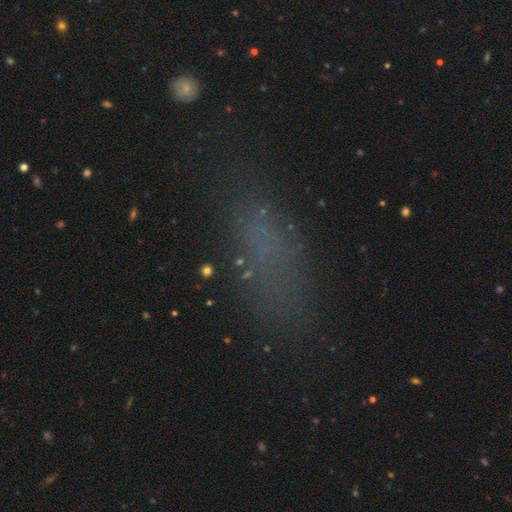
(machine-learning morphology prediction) smooth 52%, star or artifact 29%, featured or disk 20%. Down the decision tree: how rounded — in between (65%); merging — none (63%).